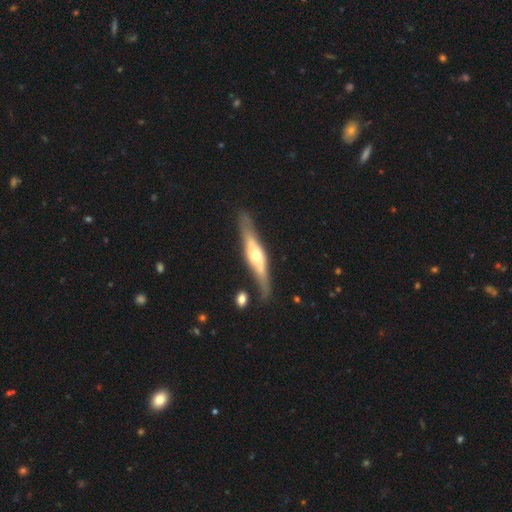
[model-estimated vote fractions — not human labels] Q: Smooth or featured?
A: featured or disk (69%); runner-up: smooth (26%)
Q: Edge-on disk?
A: yes (84%); runner-up: no (16%)
Q: Edge-on bulge?
A: rounded (87%); runner-up: boxy (8%)
Q: Merging?
A: none (76%); runner-up: minor disturbance (15%)